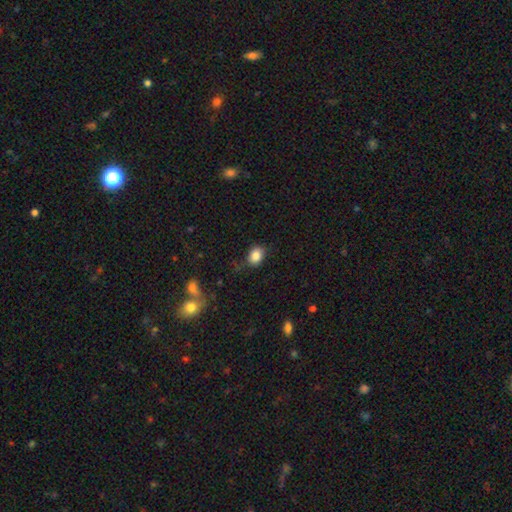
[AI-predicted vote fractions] smooth-or-featured: smooth: 84% | star or artifact: 9% | featured or disk: 6%
  how-rounded: in between: 61% | round: 37% | cigar-shaped: 1%
  merging: none: 75% | minor disturbance: 18% | major disturbance: 5% | merger: 2%